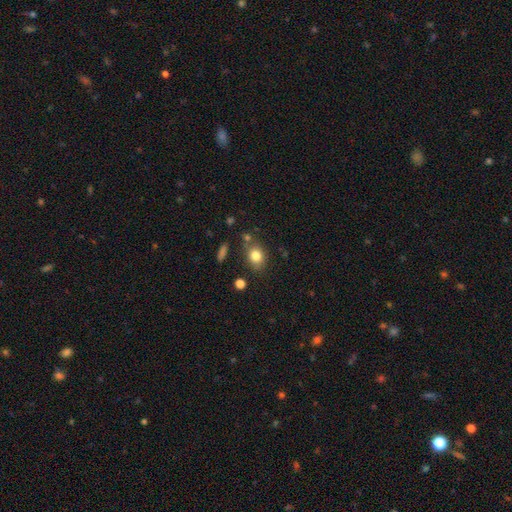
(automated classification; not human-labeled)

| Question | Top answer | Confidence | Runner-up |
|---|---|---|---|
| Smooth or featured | smooth | 81% | star or artifact (10%) |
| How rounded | in between | 54% | round (44%) |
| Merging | none | 73% | minor disturbance (16%) |